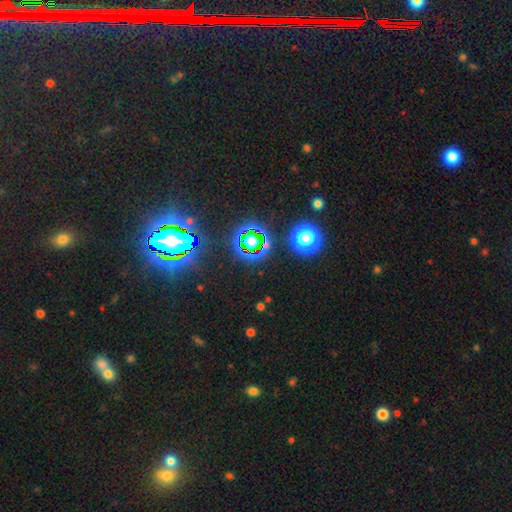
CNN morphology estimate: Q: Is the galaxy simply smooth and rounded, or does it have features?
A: star or artifact — 79%.